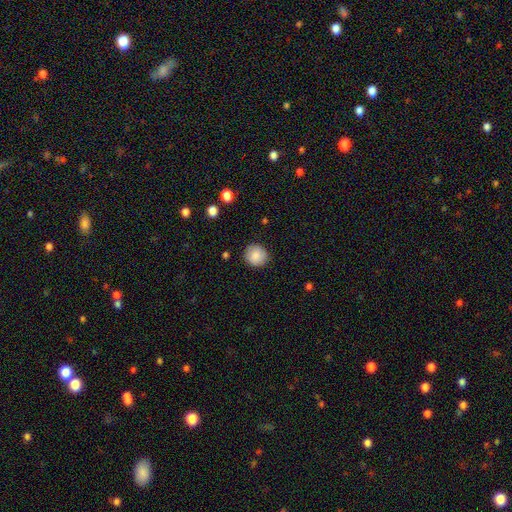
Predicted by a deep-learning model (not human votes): The model was most divided on "smooth or featured": smooth: 86%, star or artifact: 8%, featured or disk: 6%. More confident: how rounded — round (91%); merging — none (89%).